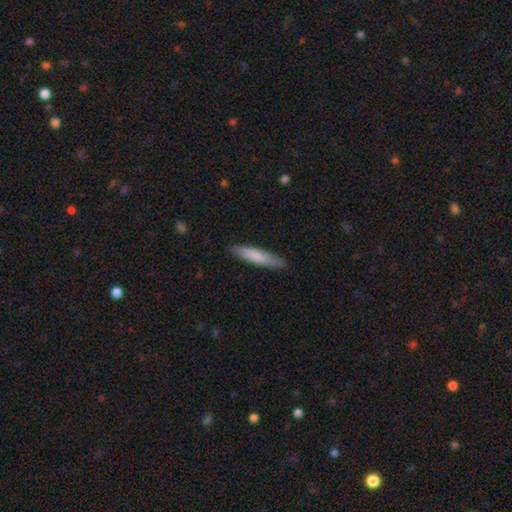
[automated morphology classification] Smooth or featured?
  - smooth: 73% *
  - featured or disk: 21%
  - star or artifact: 5%
How rounded?
  - cigar-shaped: 89% *
  - in between: 10%
  - round: 1%
Merging?
  - none: 88% *
  - minor disturbance: 10%
  - major disturbance: 2%
  - merger: 1%